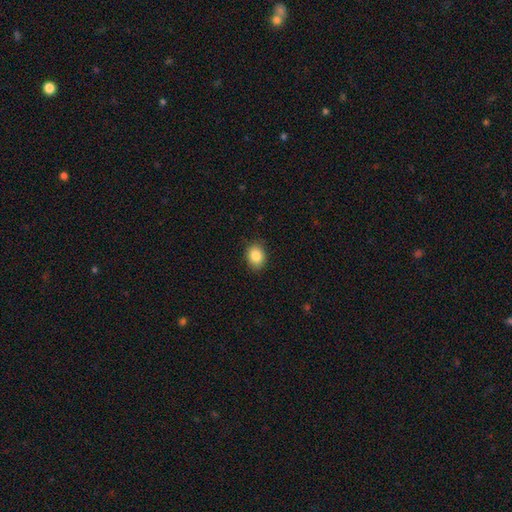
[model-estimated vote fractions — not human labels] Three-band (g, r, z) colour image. It shows a smooth galaxy with no disk features (86%) that is in between round and cigar-shaped (59%). Merging: none (86%).